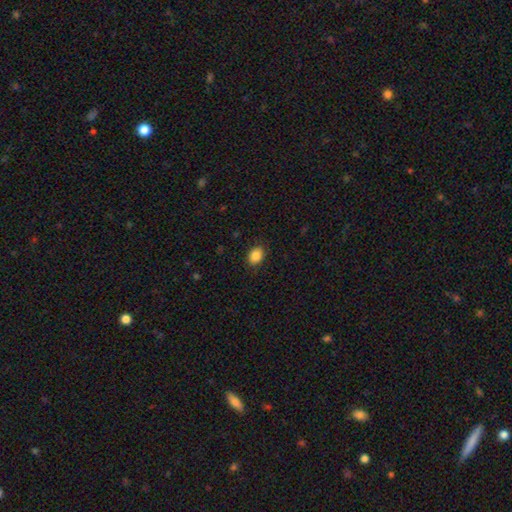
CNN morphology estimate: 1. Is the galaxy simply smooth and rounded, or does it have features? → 87% smooth, 9% star or artifact, 4% featured or disk.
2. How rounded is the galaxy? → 63% in between, 36% round, 1% cigar-shaped.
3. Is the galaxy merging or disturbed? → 88% none, 9% minor disturbance, 2% major disturbance, 1% merger.